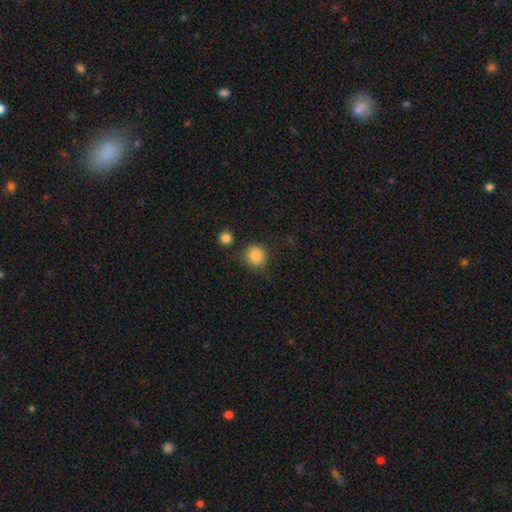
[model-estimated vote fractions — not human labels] The model was most divided on "merging": none: 79%, minor disturbance: 11%, merger: 5%, major disturbance: 4%. More confident: how rounded — round (88%); smooth or featured — smooth (87%).